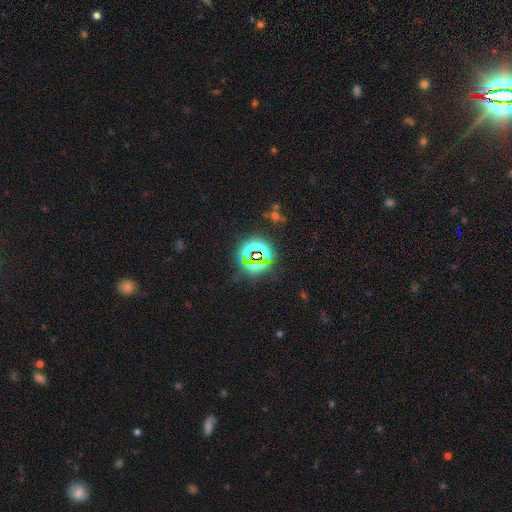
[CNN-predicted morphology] This appears to be a star or artifact, not a galaxy (78%).